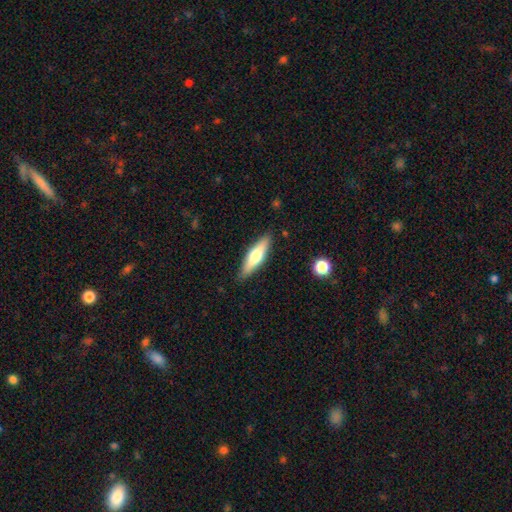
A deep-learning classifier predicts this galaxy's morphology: The model was most divided on "smooth or featured": smooth: 55%, featured or disk: 40%, star or artifact: 6%. More confident: merging — none (86%); how rounded — cigar-shaped (63%).